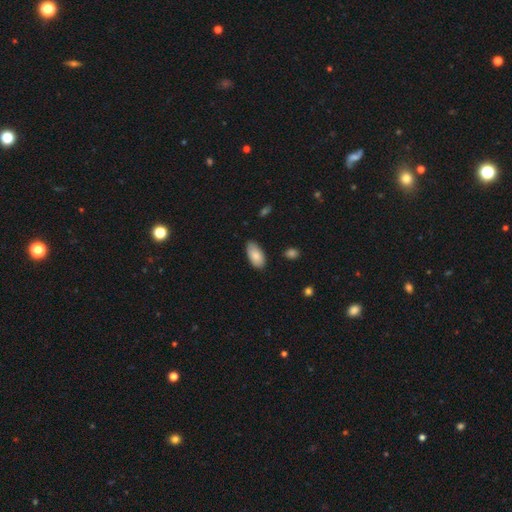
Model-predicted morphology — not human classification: A smooth galaxy with no disk features (83%) that is in between round and cigar-shaped (94%).

Vote fractions:
- Smooth or featured? smooth: 83% / featured or disk: 10% / star or artifact: 6%
- How rounded? in between: 94% / cigar-shaped: 4% / round: 2%
- Merging? none: 81% / minor disturbance: 15% / major disturbance: 2% / merger: 1%